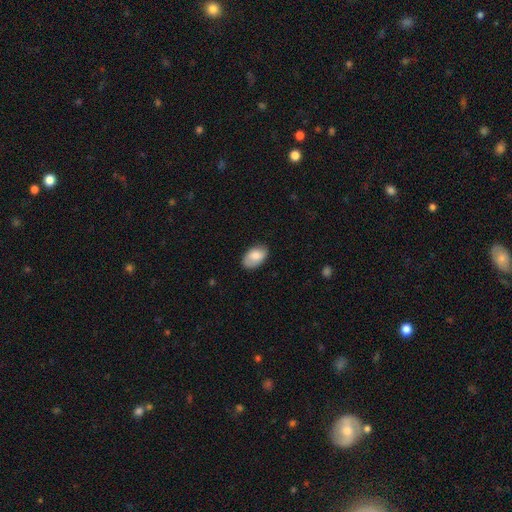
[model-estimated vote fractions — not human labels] Smooth or featured? Predicted: smooth (p=0.79). How rounded? Predicted: in between (p=0.92). Merging? Predicted: none (p=0.79).